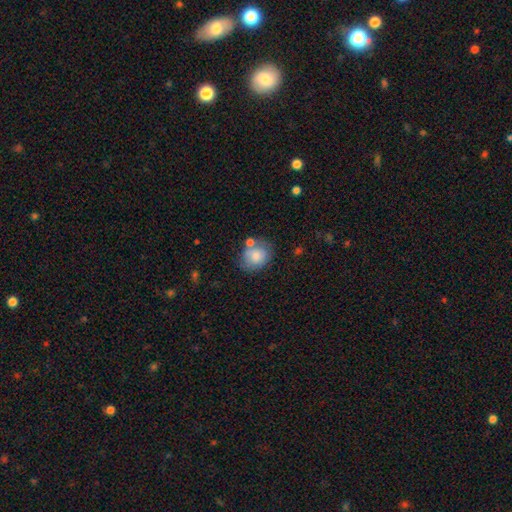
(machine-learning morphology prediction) Smooth or featured? Predicted: smooth (p=0.77). How rounded? Predicted: round (p=0.52). Merging? Predicted: none (p=0.58).